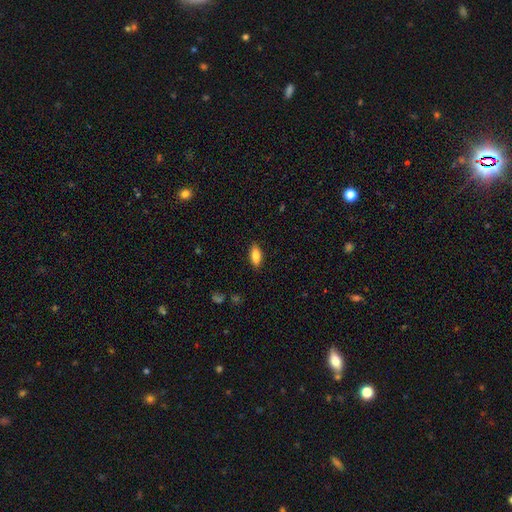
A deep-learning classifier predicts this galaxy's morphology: smooth 81%, featured or disk 12%, star or artifact 7%. Down the decision tree: how rounded — in between (82%); merging — none (87%).